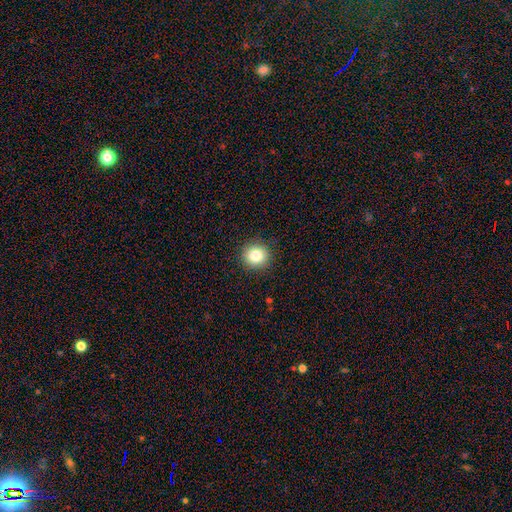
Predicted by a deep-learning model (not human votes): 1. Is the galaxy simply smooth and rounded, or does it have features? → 84% smooth, 10% star or artifact, 6% featured or disk.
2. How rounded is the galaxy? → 92% round, 7% in between, 1% cigar-shaped.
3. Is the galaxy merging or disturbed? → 91% none, 6% minor disturbance, 2% major disturbance, 1% merger.